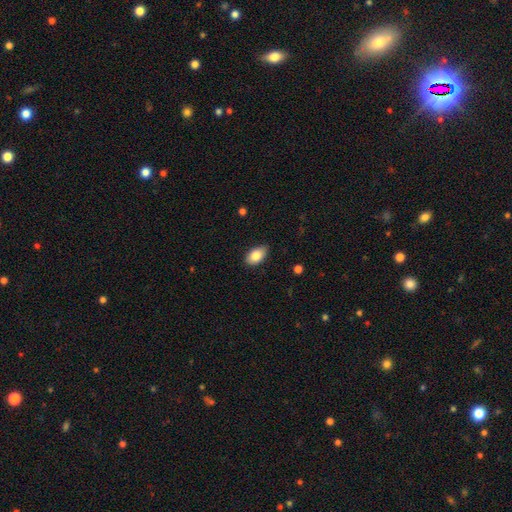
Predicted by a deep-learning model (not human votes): A smooth galaxy with no disk features (84%) that is in between round and cigar-shaped (93%).

Vote fractions:
- Smooth or featured? smooth: 84% / featured or disk: 9% / star or artifact: 7%
- How rounded? in between: 93% / round: 6% / cigar-shaped: 2%
- Merging? none: 83% / minor disturbance: 13% / major disturbance: 2% / merger: 1%